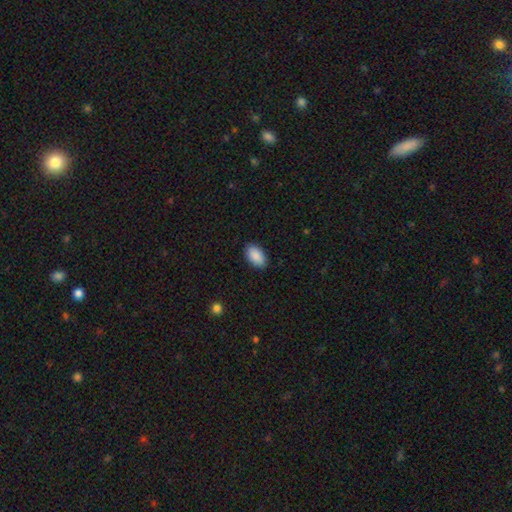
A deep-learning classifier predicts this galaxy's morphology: A smooth galaxy with no disk features (90%) that is in between round and cigar-shaped (95%).

Vote fractions:
- Smooth or featured? smooth: 90% / star or artifact: 6% / featured or disk: 4%
- How rounded? in between: 95% / round: 4% / cigar-shaped: 2%
- Merging? none: 89% / minor disturbance: 8% / major disturbance: 2% / merger: 1%